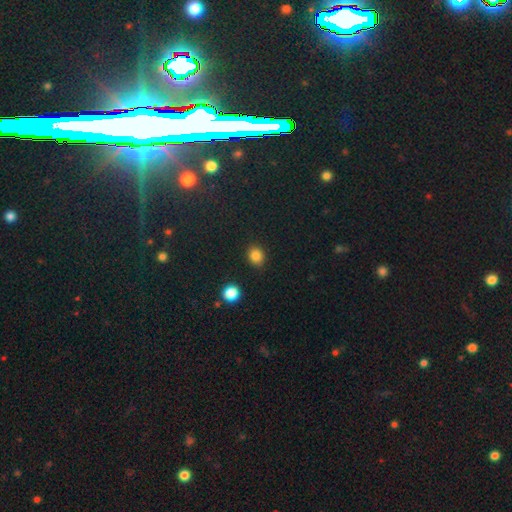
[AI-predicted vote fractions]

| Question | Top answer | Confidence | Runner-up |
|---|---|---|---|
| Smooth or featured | smooth | 83% | star or artifact (12%) |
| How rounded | round | 57% | in between (42%) |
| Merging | none | 87% | minor disturbance (9%) |